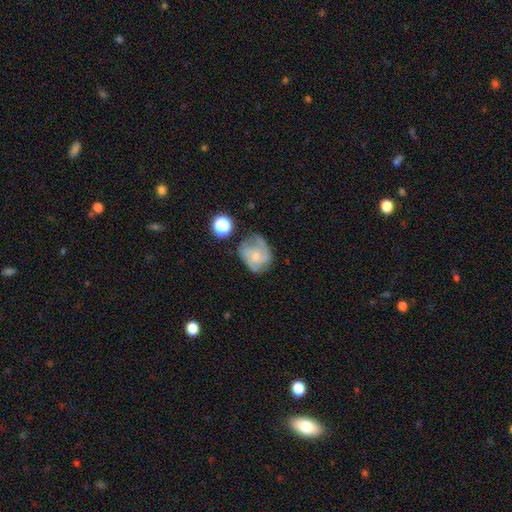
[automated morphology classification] The model was most divided on "merging": none: 45%, minor disturbance: 29%, major disturbance: 20%, merger: 5%. More confident: edge-on disk — no (98%); spiral arms — yes (82%); bar — no (72%); smooth or featured — featured or disk (61%); bulge size — small (56%).